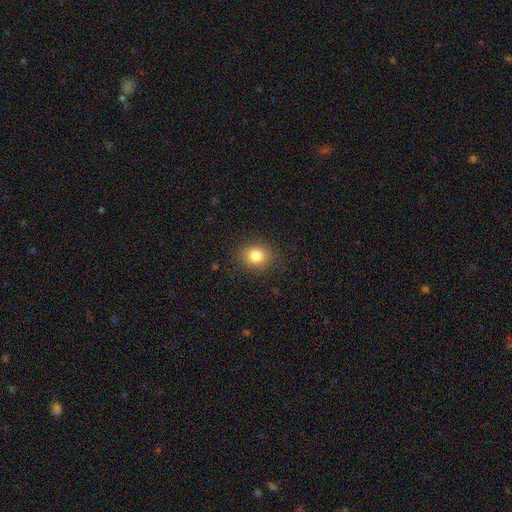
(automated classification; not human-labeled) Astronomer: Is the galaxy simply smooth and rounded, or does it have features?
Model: smooth — 82%.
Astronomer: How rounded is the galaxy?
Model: round — 68%.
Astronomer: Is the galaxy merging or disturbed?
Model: none — 87%.